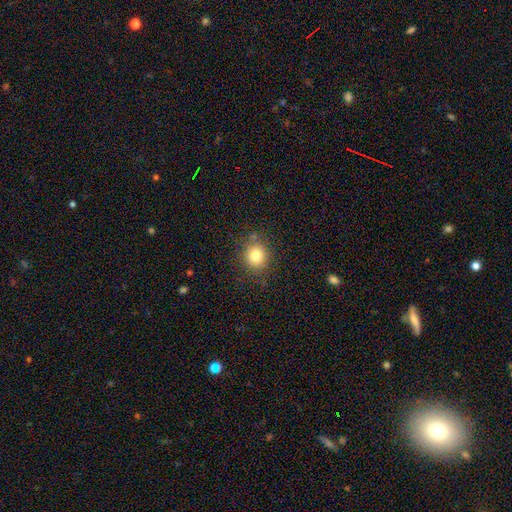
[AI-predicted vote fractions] Smooth or featured?
  - smooth: 82% *
  - star or artifact: 11%
  - featured or disk: 7%
How rounded?
  - round: 81% *
  - in between: 18%
  - cigar-shaped: 1%
Merging?
  - none: 81% *
  - minor disturbance: 12%
  - major disturbance: 4%
  - merger: 3%